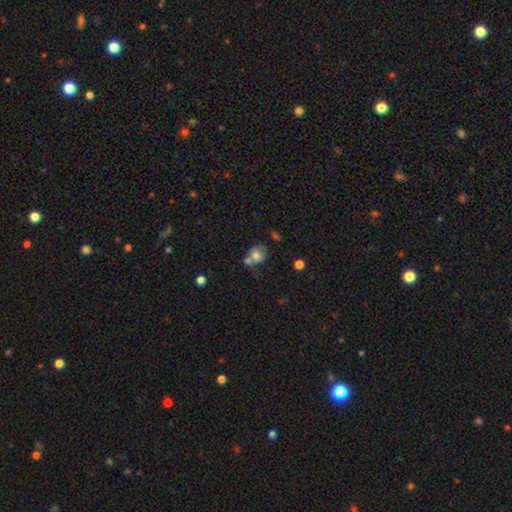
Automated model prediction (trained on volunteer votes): Smooth or featured? smooth (71%)
How rounded? round (68%)
Merging? none (39%)